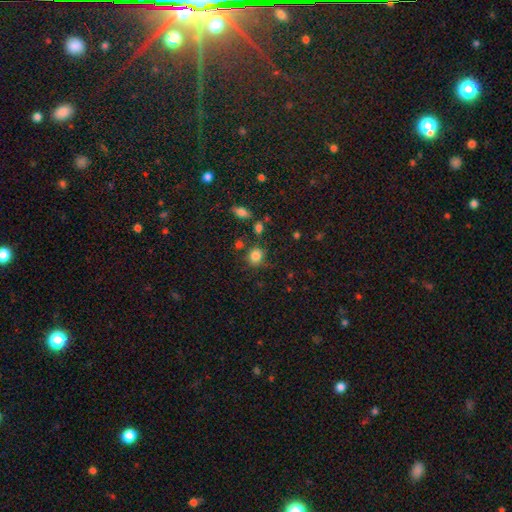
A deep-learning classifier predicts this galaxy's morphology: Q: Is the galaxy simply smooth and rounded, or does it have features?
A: smooth — 83%.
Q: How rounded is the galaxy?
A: round — 80%.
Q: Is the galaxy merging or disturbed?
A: none — 73%.